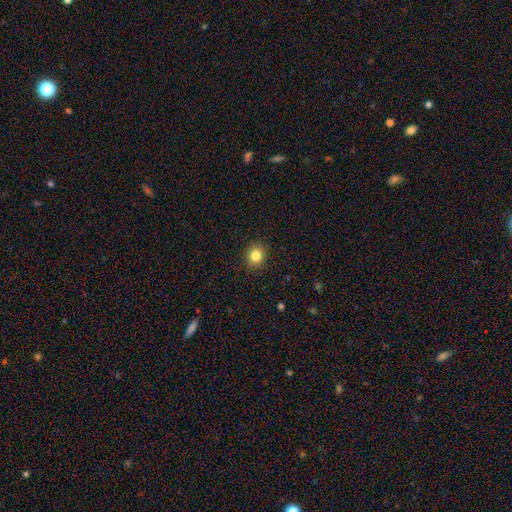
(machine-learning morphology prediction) A smooth galaxy with no disk features (83%) that is round (79%). Merging: none (91%).